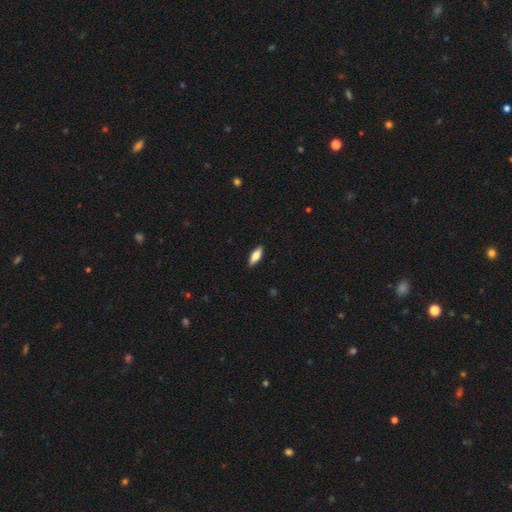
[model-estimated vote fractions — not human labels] Overall: smooth (73%). How rounded: in between (65%; cigar-shaped 33%). Merging: none (89%).